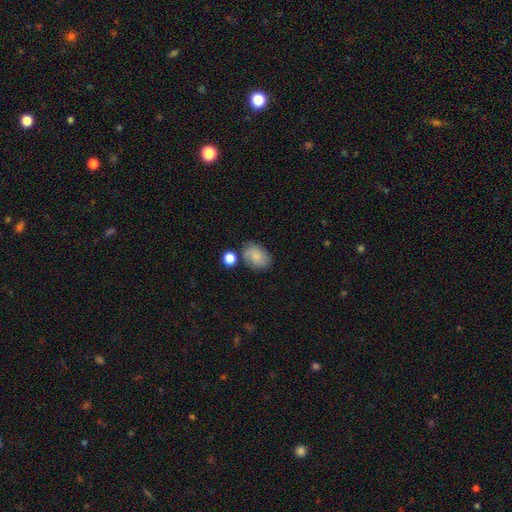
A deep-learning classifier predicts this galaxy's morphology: A smooth galaxy with no disk features (79%) that is in between round and cigar-shaped (79%).

Vote fractions:
- Smooth or featured? smooth: 79% / featured or disk: 13% / star or artifact: 8%
- How rounded? in between: 79% / round: 19% / cigar-shaped: 1%
- Merging? none: 67% / minor disturbance: 19% / merger: 9% / major disturbance: 5%